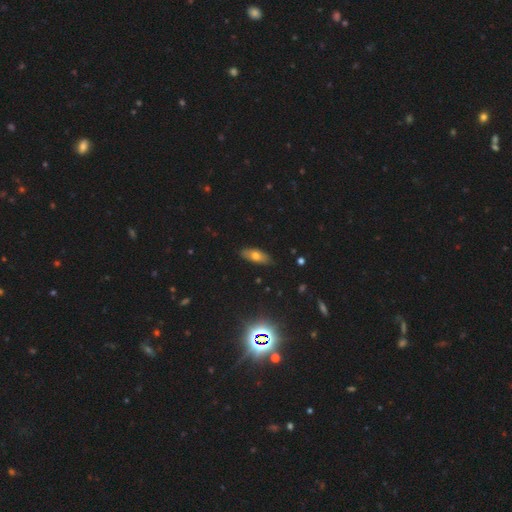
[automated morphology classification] Q: Smooth or featured?
A: smooth (64%); runner-up: featured or disk (24%)
Q: How rounded?
A: in between (74%); runner-up: cigar-shaped (22%)
Q: Merging?
A: none (85%); runner-up: minor disturbance (12%)